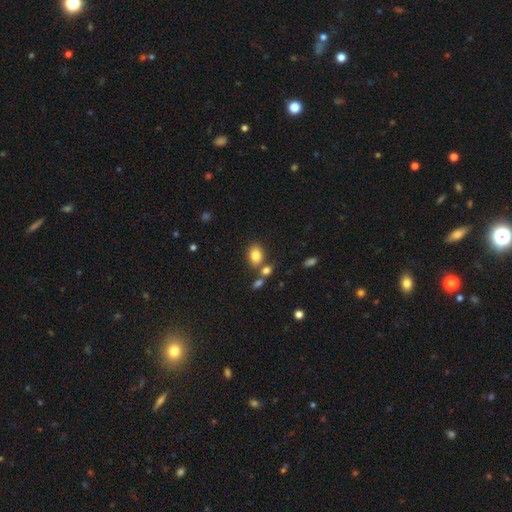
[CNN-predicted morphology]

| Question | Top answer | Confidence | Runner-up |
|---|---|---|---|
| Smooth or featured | smooth | 82% | star or artifact (10%) |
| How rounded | in between | 70% | round (29%) |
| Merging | none | 66% | merger (19%) |